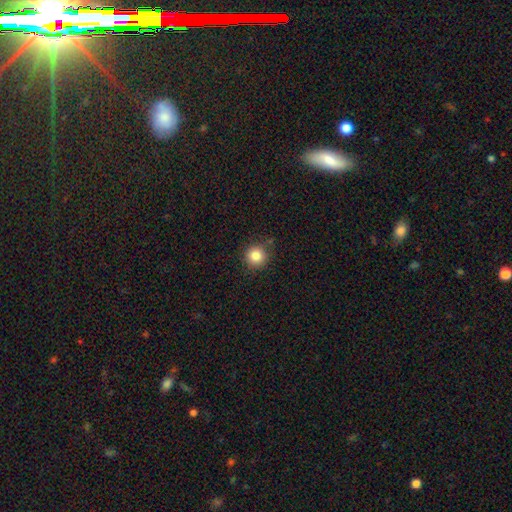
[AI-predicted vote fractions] Q: Smooth or featured?
A: smooth (84%); runner-up: star or artifact (11%)
Q: How rounded?
A: round (94%); runner-up: in between (5%)
Q: Merging?
A: none (86%); runner-up: minor disturbance (10%)